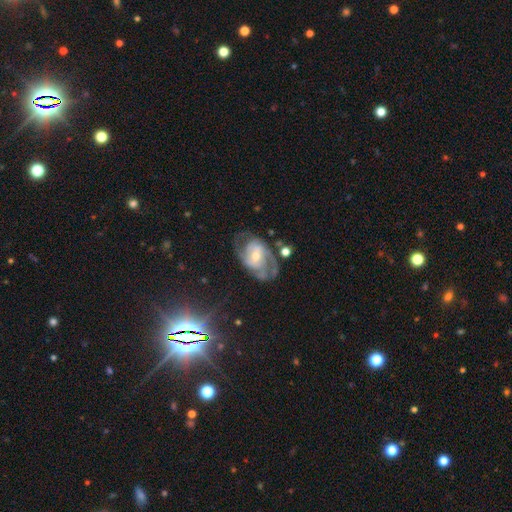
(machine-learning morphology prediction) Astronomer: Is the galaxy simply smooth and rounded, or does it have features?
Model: featured or disk — 83%.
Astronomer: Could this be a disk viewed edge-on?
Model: no — 97%.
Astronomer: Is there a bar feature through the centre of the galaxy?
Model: weak — 43% (runner-up: no, 41%).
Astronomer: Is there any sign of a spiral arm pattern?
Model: yes — 93%.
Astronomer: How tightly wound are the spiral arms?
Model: medium — 45% (runner-up: tight, 39%).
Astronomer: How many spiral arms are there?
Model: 2 — 49%.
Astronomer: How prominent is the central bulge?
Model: moderate — 52% (runner-up: small, 43%).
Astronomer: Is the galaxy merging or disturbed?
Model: none — 57%.